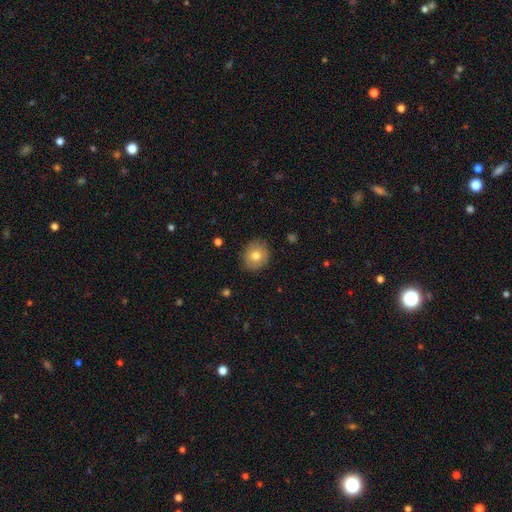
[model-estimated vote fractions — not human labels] Smooth or featured? Predicted: smooth (p=0.76). How rounded? Predicted: round (p=0.82). Merging? Predicted: none (p=0.87).